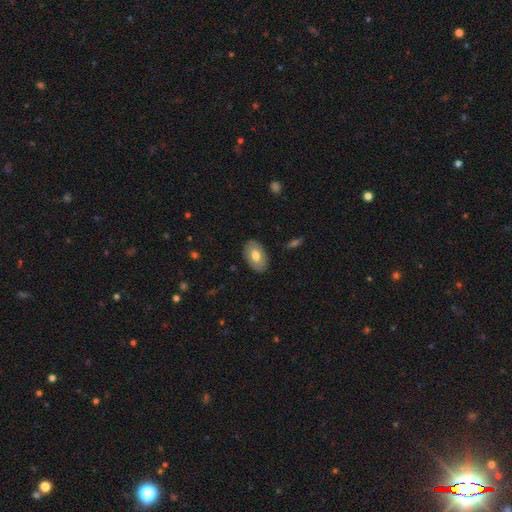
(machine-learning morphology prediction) smooth_or_featured: smooth (p=0.70) [alt: featured or disk p=0.24]
how_rounded: in between (p=0.92) [alt: round p=0.07]
merging: none (p=0.87) [alt: minor disturbance p=0.10]